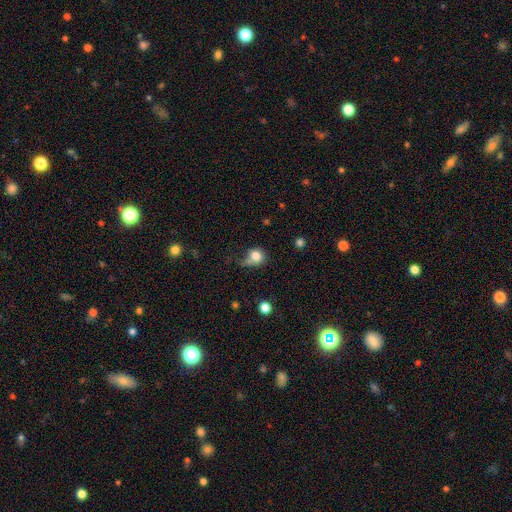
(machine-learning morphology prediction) A smooth galaxy with no disk features (79%) that is round (76%).

Vote fractions:
- Smooth or featured? smooth: 79% / star or artifact: 11% / featured or disk: 10%
- How rounded? round: 76% / in between: 23% / cigar-shaped: 1%
- Merging? none: 41% / minor disturbance: 27% / major disturbance: 20% / merger: 12%